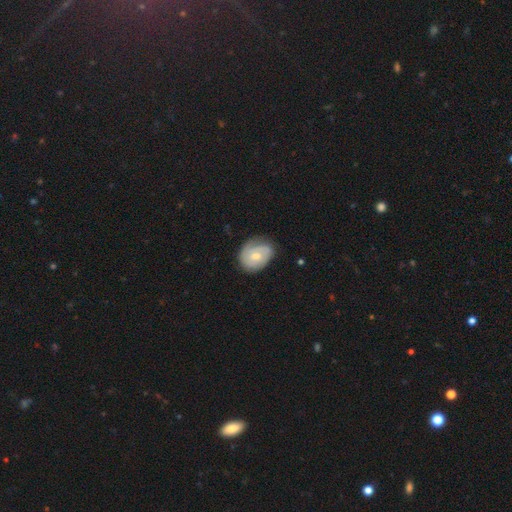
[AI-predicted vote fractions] The model was most divided on "bulge size": moderate: 54%, small: 41%, large: 2%, none: 2%, dominant: 1%. More confident: edge-on disk — no (97%); spiral arms — yes (79%); bar — no (67%); merging — none (62%); smooth or featured — featured or disk (55%).